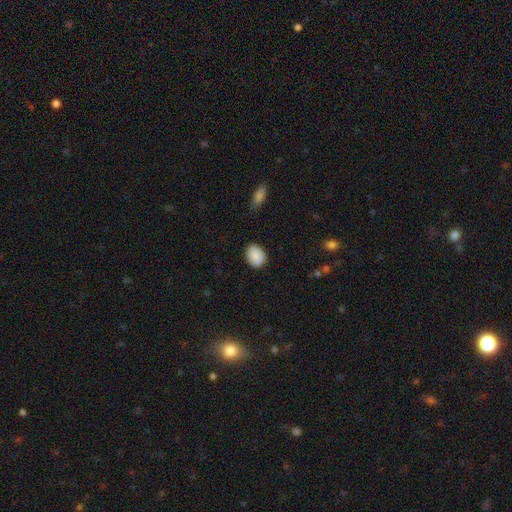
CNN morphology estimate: smooth-or-featured: smooth: 88% | star or artifact: 7% | featured or disk: 5%
  how-rounded: in between: 66% | round: 32% | cigar-shaped: 1%
  merging: none: 82% | minor disturbance: 14% | major disturbance: 3% | merger: 1%